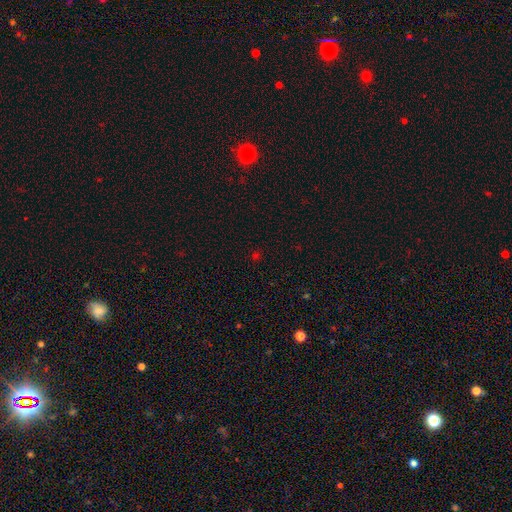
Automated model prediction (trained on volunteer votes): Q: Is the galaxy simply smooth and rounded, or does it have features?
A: star or artifact — 48%.